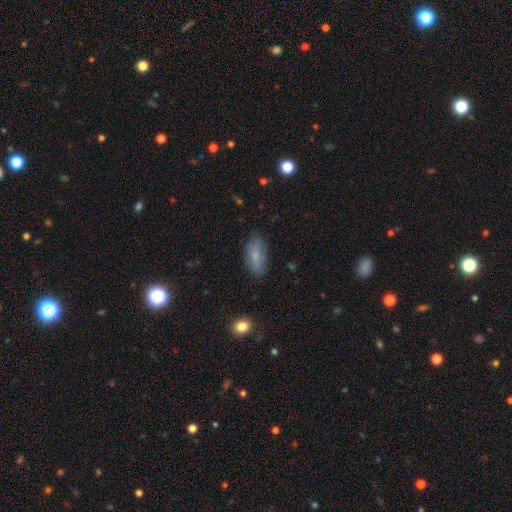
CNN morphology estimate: This is likely a smooth galaxy (75%). How rounded: clearly in between (81%). Merging: likely none (76%).